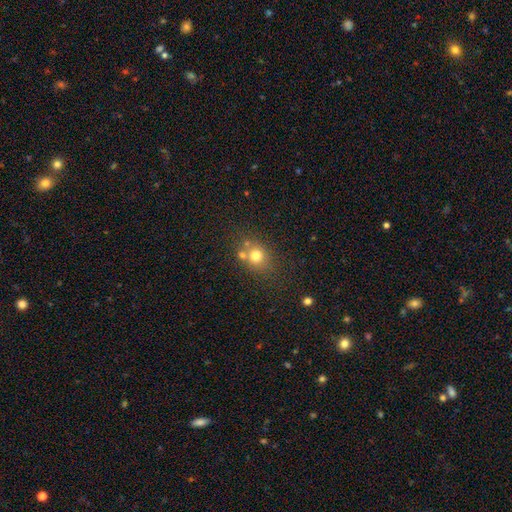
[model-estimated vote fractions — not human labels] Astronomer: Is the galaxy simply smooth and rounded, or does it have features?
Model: smooth — 74%.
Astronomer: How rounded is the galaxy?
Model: round — 76%.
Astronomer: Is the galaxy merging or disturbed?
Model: none — 61%.